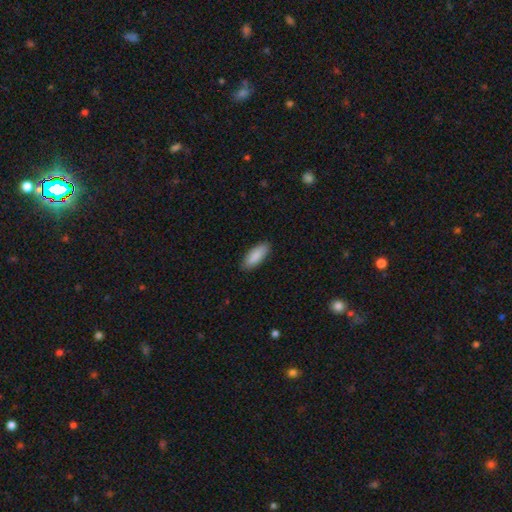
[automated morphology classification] This appears to be a smooth galaxy with no disk features (89%) that is in between round and cigar-shaped (73%). Merging: none (88%).